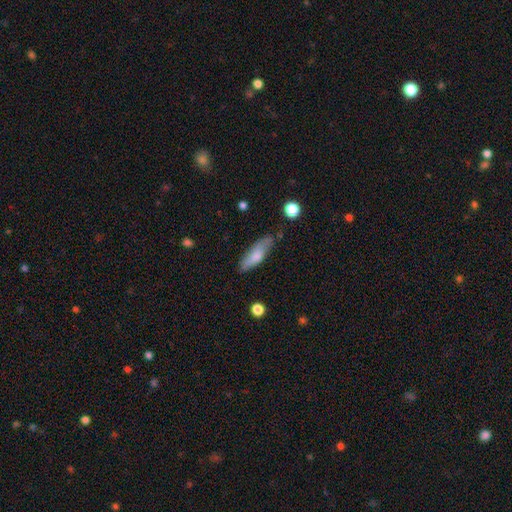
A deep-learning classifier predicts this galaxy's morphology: Smooth or featured?
  - smooth: 73% *
  - featured or disk: 21%
  - star or artifact: 6%
How rounded?
  - cigar-shaped: 51% *
  - in between: 47%
  - round: 2%
Merging?
  - none: 66% *
  - minor disturbance: 25%
  - major disturbance: 5%
  - merger: 3%